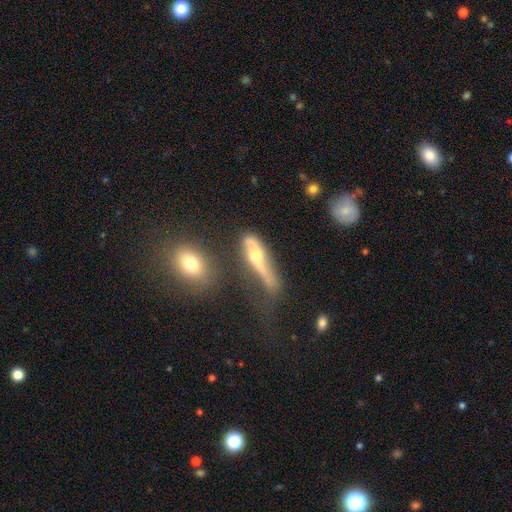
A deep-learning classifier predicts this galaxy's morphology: Smooth or featured? featured or disk (57%)
Edge-on disk? yes (59%)
Merging? major disturbance (33%)